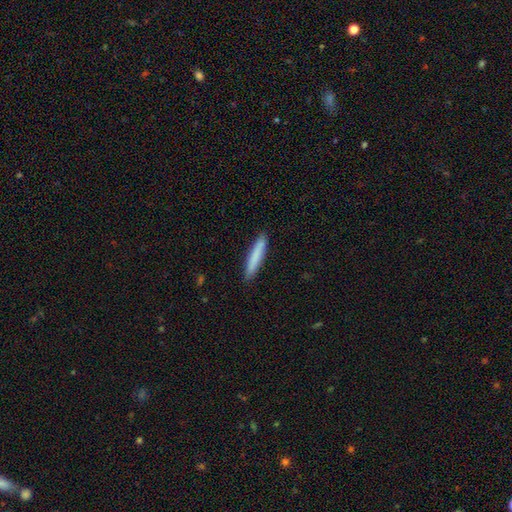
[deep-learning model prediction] This appears to be a smooth galaxy with no disk features (82%) that is cigar-shaped (93%). Merging: none (90%).